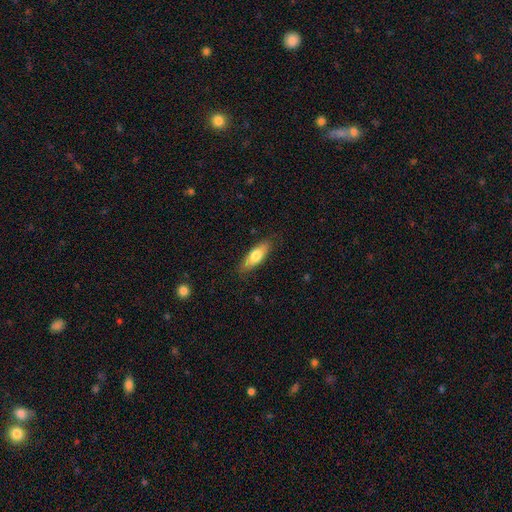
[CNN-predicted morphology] Smooth or featured?
  - smooth: 70% *
  - featured or disk: 24%
  - star or artifact: 6%
How rounded?
  - in between: 60% *
  - cigar-shaped: 38%
  - round: 2%
Merging?
  - none: 83% *
  - minor disturbance: 13%
  - major disturbance: 3%
  - merger: 1%